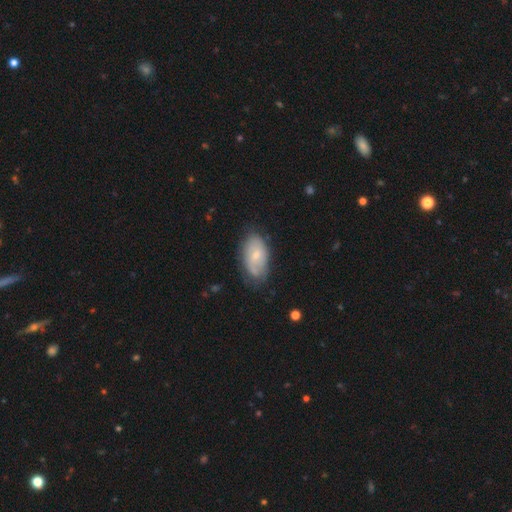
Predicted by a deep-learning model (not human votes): This is possibly a smooth galaxy (48%). Merging: likely none (63%).